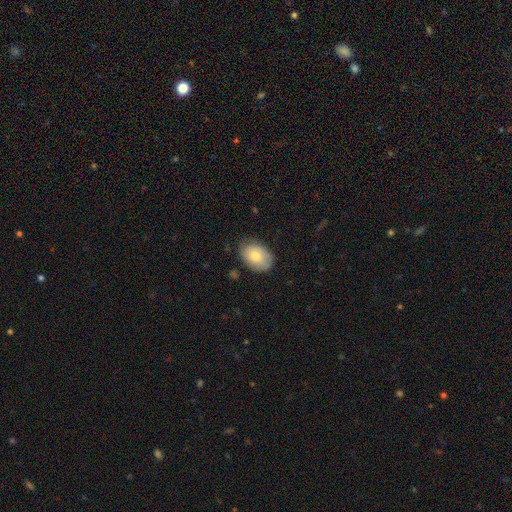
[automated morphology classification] The model was most divided on "merging": none: 75%, minor disturbance: 20%, major disturbance: 4%, merger: 1%. More confident: how rounded — in between (83%); smooth or featured — smooth (76%).